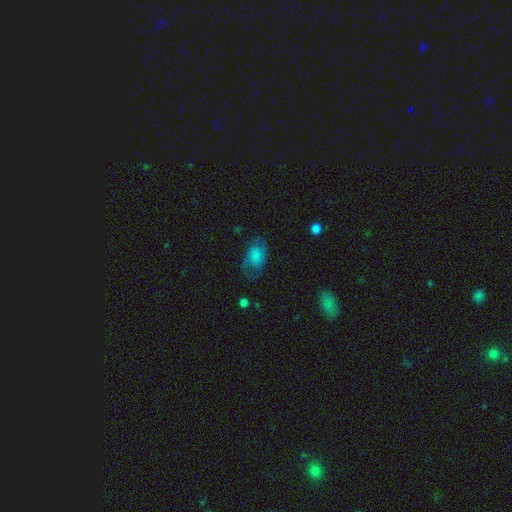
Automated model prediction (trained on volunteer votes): smooth_or_featured: smooth (p=0.63) [alt: featured or disk p=0.27]
how_rounded: in between (p=0.85) [alt: round p=0.13]
merging: none (p=0.55) [alt: minor disturbance p=0.25]